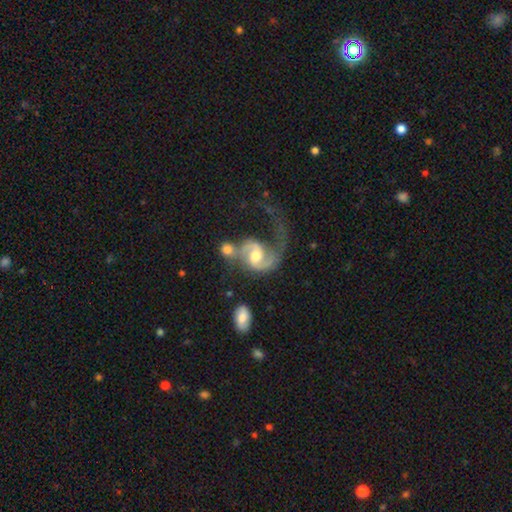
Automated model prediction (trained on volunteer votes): This is clearly a featured or disk galaxy (88%). It is clearly not viewed edge-on (98%). Bar: marginally no (44%). Spiral arm pattern: clearly yes (96%). Spiral arm count: clearly 2 (84%). Spiral winding: possibly medium (48%). Central bulge: likely moderate (70%). Merging: marginally merger (31%).